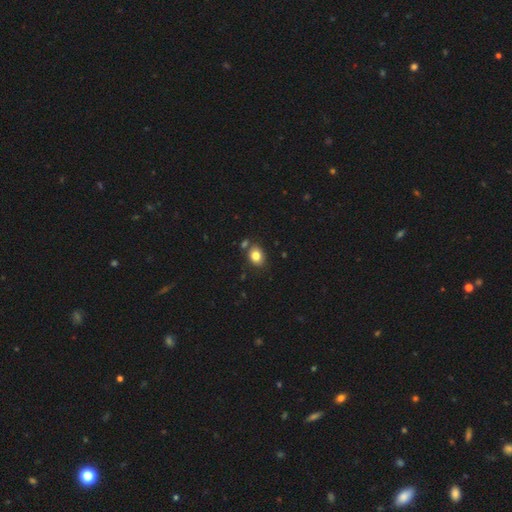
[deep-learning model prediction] smooth-or-featured: smooth: 82% | star or artifact: 10% | featured or disk: 8%
  how-rounded: in between: 61% | round: 38% | cigar-shaped: 1%
  merging: none: 74% | minor disturbance: 12% | merger: 11% | major disturbance: 3%